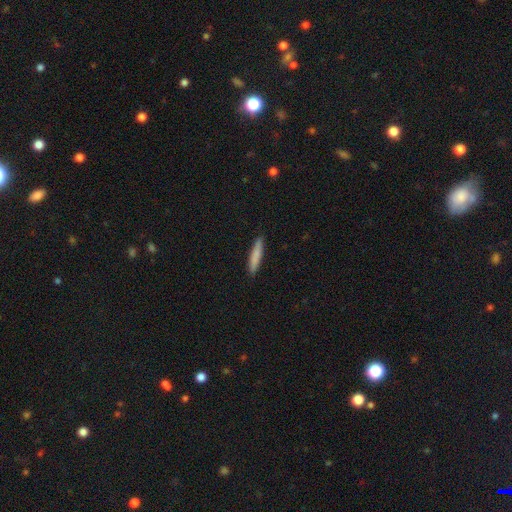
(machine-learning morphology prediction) This is clearly a smooth galaxy (81%). How rounded: clearly cigar-shaped (92%). Merging: clearly none (90%).